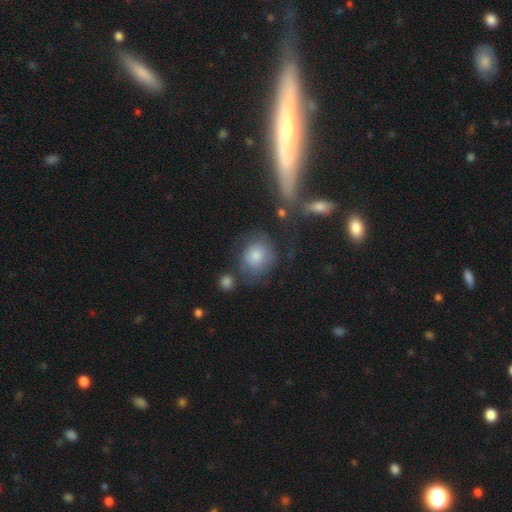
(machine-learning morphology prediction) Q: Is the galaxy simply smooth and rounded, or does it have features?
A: smooth — 64%.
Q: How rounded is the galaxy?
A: round — 62%.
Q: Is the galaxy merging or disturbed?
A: none — 58%.